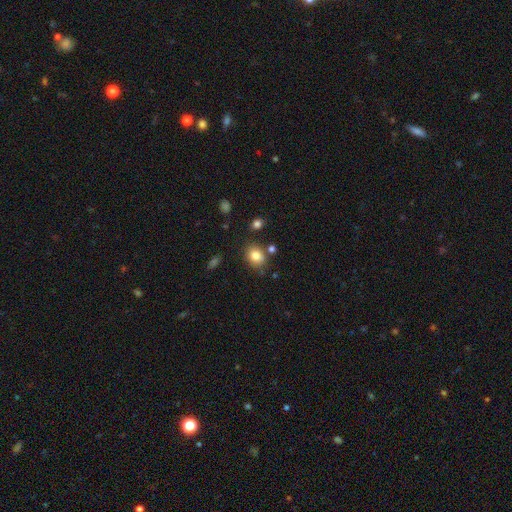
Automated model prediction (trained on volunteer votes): Overall: smooth (82%). How rounded: round (52%; in between 47%). Merging: none (74%).